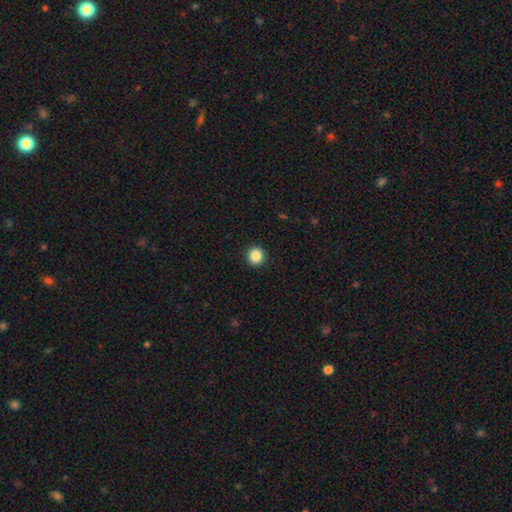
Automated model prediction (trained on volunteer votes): Morphology: type=smooth (86%); roundness=round (92%); merging=none (92%).